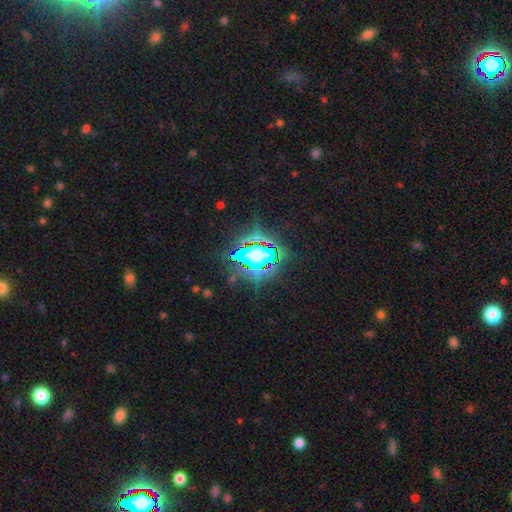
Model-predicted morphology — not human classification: This appears to be a star or artifact, not a galaxy (66%).